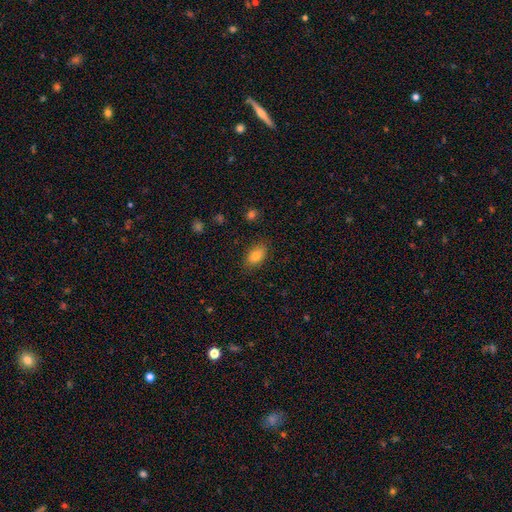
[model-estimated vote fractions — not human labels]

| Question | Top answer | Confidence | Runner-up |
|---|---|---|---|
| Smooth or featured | smooth | 82% | featured or disk (10%) |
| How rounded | in between | 90% | round (7%) |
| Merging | none | 85% | minor disturbance (11%) |